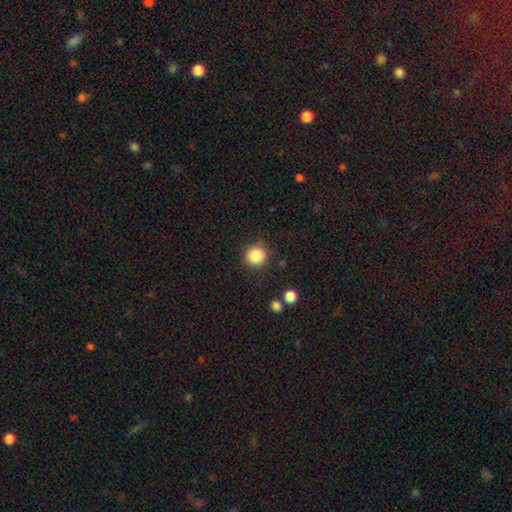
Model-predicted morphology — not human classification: smooth_or_featured: smooth (p=0.86) [alt: star or artifact p=0.10]
how_rounded: round (p=0.92) [alt: in between p=0.07]
merging: none (p=0.85) [alt: minor disturbance p=0.09]